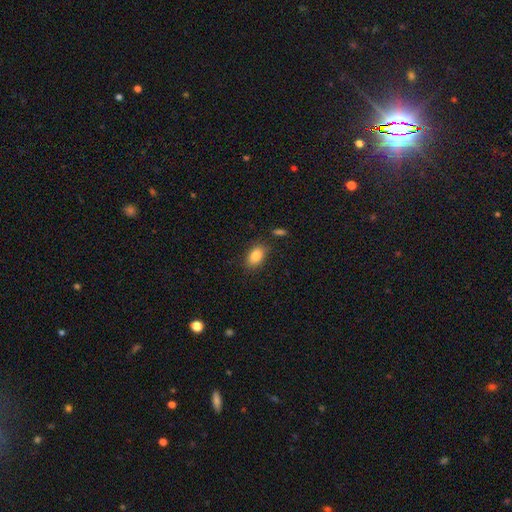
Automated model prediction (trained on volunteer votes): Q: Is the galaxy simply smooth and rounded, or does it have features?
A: smooth — 86%.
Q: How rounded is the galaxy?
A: in between — 87%.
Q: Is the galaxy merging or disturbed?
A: none — 82%.